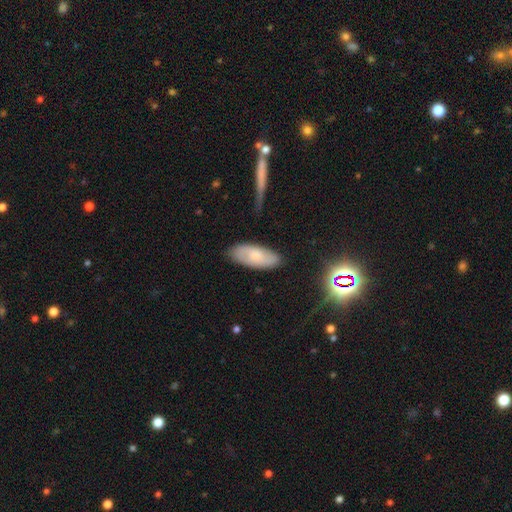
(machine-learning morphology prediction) This is likely a smooth galaxy (64%). How rounded: clearly in between (86%). Merging: likely none (77%).